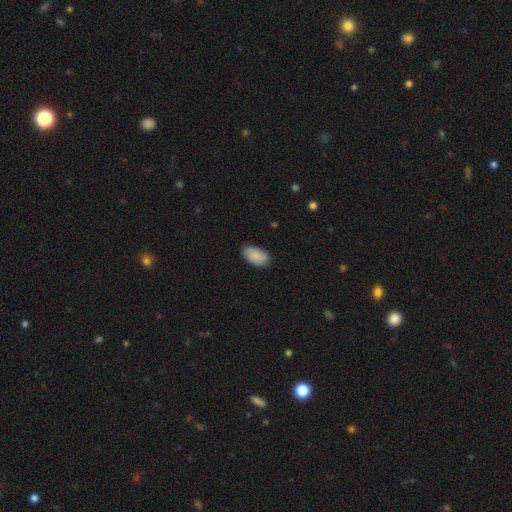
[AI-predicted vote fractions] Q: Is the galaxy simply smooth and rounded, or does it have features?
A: smooth — 89%.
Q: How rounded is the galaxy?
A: in between — 95%.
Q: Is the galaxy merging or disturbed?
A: none — 84%.